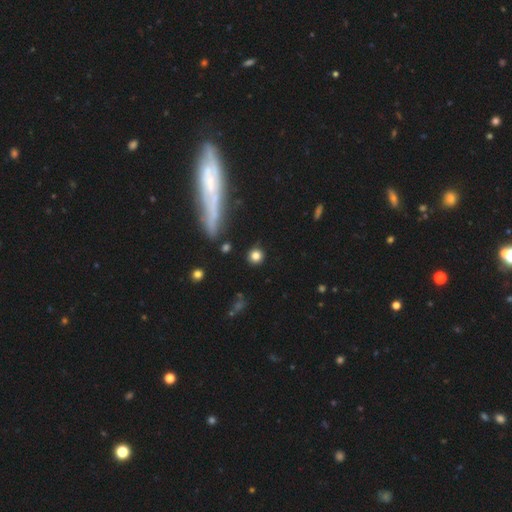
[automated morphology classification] Smooth or featured? Predicted: smooth (p=0.80). How rounded? Predicted: round (p=0.91). Merging? Predicted: none (p=0.87).